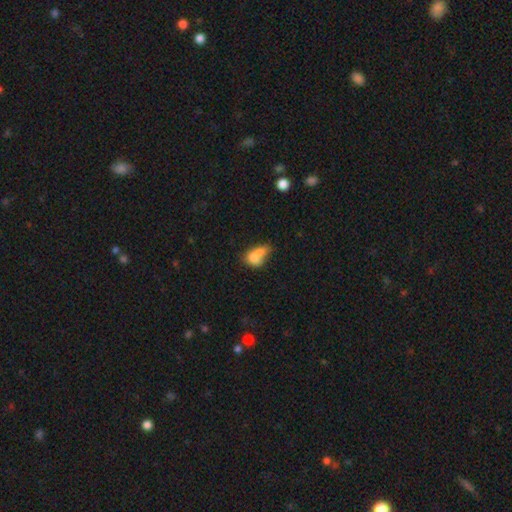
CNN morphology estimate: This appears to be a smooth galaxy with no disk features (70%) that is in between round and cigar-shaped (72%). Merging: merger (57%).